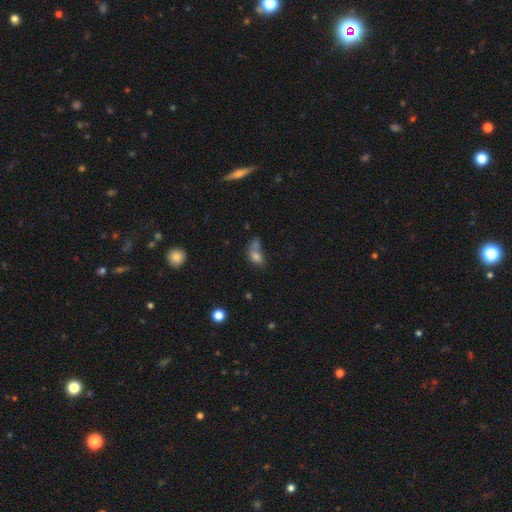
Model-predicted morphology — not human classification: The model was most divided on "merging": merger: 41%, none: 29%, minor disturbance: 15%, major disturbance: 15%. More confident: how rounded — in between (69%); smooth or featured — smooth (69%).